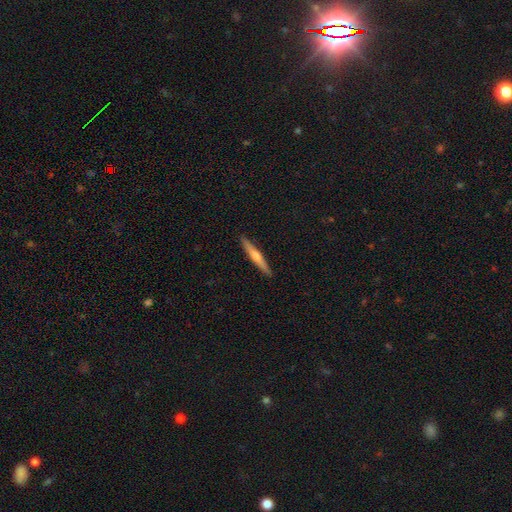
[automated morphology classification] A featured or disk galaxy (60%) viewed edge-on (97%) with a rounded central bulge (78%). Merging: none (92%).